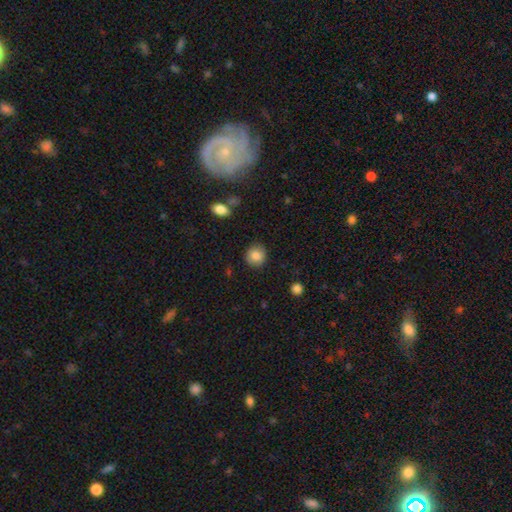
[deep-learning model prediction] smooth_or_featured: smooth (p=0.86) [alt: star or artifact p=0.09]
how_rounded: round (p=0.86) [alt: in between p=0.13]
merging: none (p=0.89) [alt: minor disturbance p=0.08]